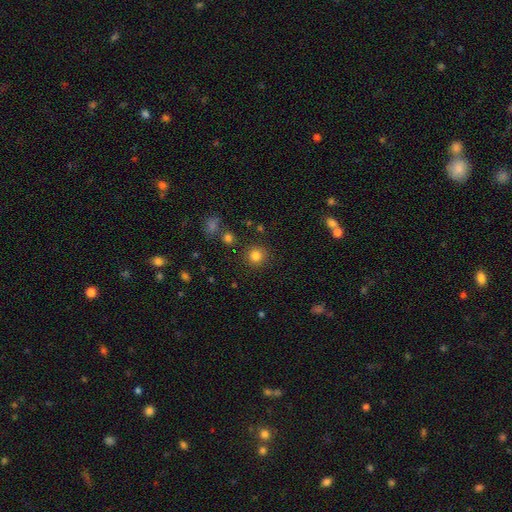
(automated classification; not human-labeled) A smooth galaxy with no disk features (81%) that is round (92%). Merging: none (87%).